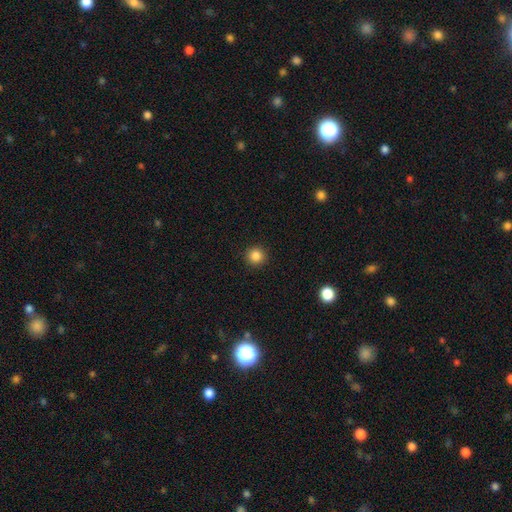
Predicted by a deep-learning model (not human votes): Smooth or featured? smooth (86%)
How rounded? round (95%)
Merging? none (93%)